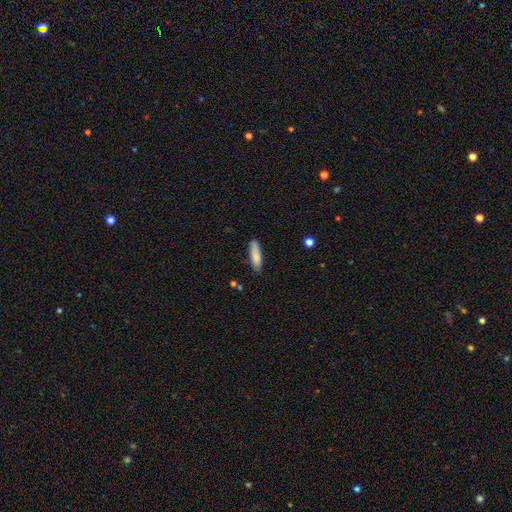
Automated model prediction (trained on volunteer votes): This appears to be a smooth galaxy with no disk features (83%) that is cigar-shaped (62%). Merging: none (78%).